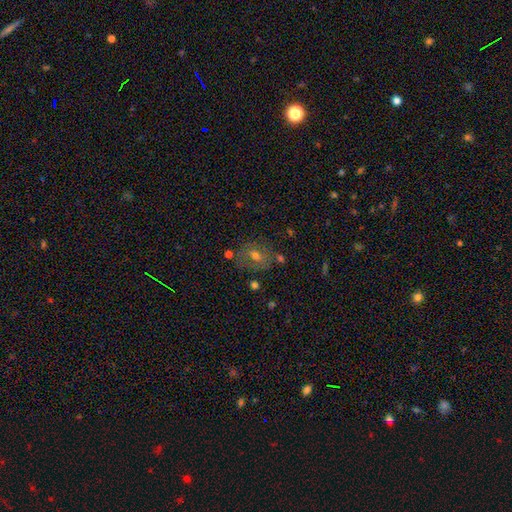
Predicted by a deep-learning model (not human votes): This appears to be a smooth galaxy with no disk features (53%) that is round (54%). Merging: none (64%).